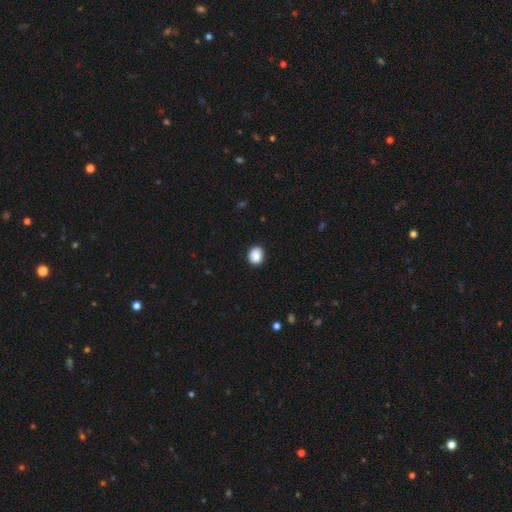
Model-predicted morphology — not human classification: smooth-or-featured: smooth: 89% | star or artifact: 8% | featured or disk: 3%
  how-rounded: round: 60% | in between: 39% | cigar-shaped: 1%
  merging: none: 90% | minor disturbance: 8% | major disturbance: 2% | merger: 1%